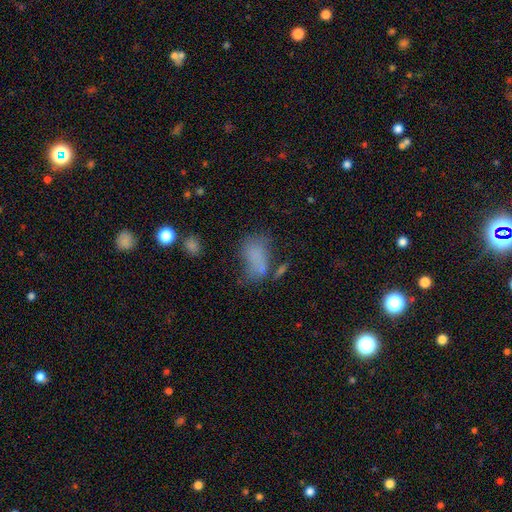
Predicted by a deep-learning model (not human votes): Q: Smooth or featured?
A: smooth (66%); runner-up: featured or disk (18%)
Q: How rounded?
A: in between (85%); runner-up: round (12%)
Q: Merging?
A: none (33%); runner-up: major disturbance (26%)